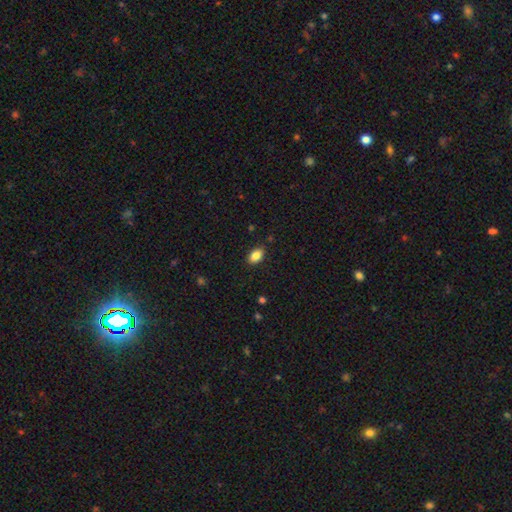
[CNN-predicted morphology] smooth 86%, star or artifact 8%, featured or disk 6%. Down the decision tree: how rounded — in between (88%); merging — none (86%).